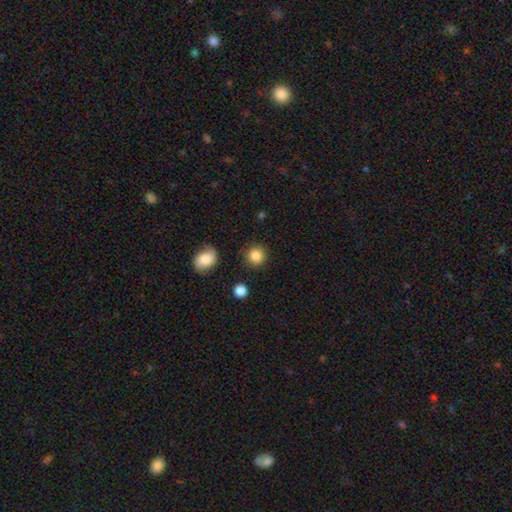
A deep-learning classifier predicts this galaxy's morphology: This appears to be a smooth galaxy with no disk features (86%) that is round (91%). Merging: none (88%).